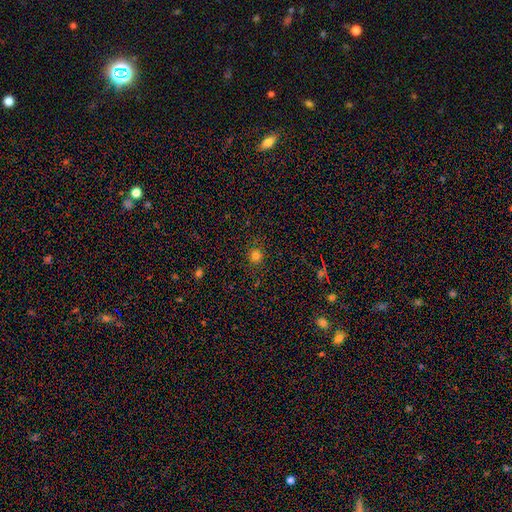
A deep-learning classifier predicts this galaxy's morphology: smooth-or-featured: smooth: 79% | star or artifact: 16% | featured or disk: 5%
  how-rounded: round: 89% | in between: 10% | cigar-shaped: 1%
  merging: none: 87% | minor disturbance: 8% | major disturbance: 3% | merger: 1%